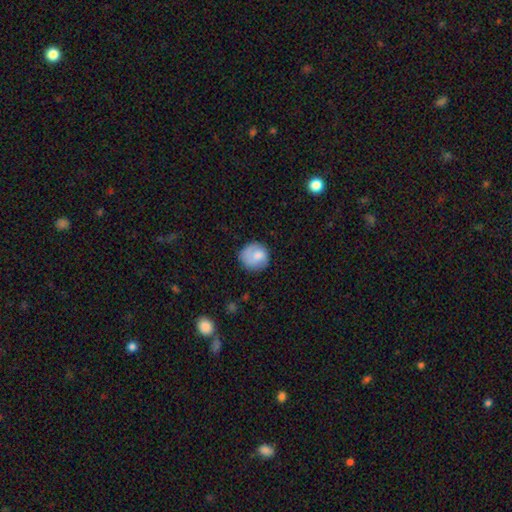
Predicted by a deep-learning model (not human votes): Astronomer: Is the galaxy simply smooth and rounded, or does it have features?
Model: smooth — 77%.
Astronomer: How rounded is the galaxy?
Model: round — 86%.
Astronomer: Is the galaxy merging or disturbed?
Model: none — 71%.